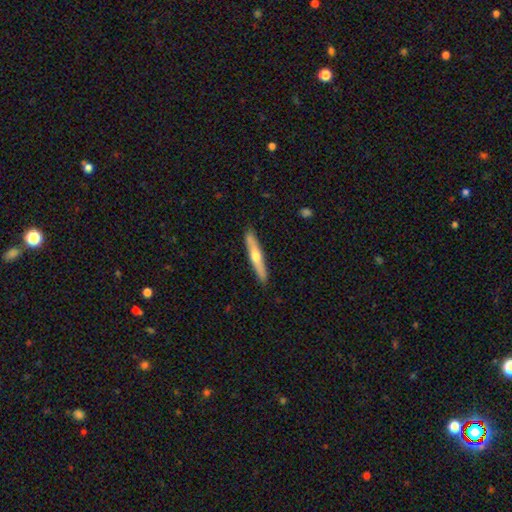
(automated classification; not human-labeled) This is possibly a featured or disk galaxy (53%). It is clearly viewed edge-on (94%). Merging: clearly none (90%).